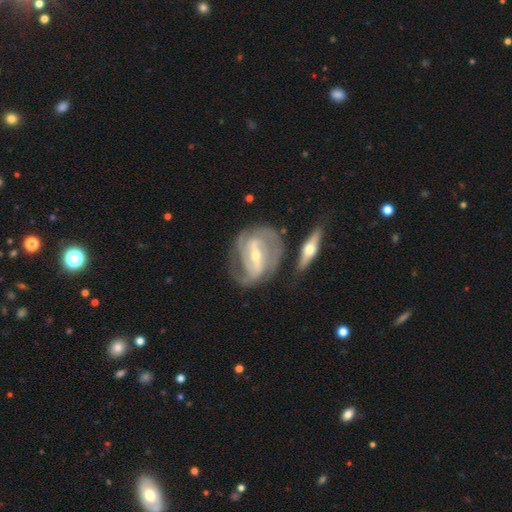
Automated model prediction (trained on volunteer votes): Smooth or featured? Predicted: featured or disk (p=0.89). Edge-on disk? Predicted: no (p=0.95). Bar? Predicted: strong (p=0.61). Spiral arms? Predicted: yes (p=0.94). Spiral winding? Predicted: tight (p=0.48). Spiral arm count? Predicted: 2 (p=0.54). Bulge size? Predicted: small (p=0.49). Merging? Predicted: none (p=0.61).